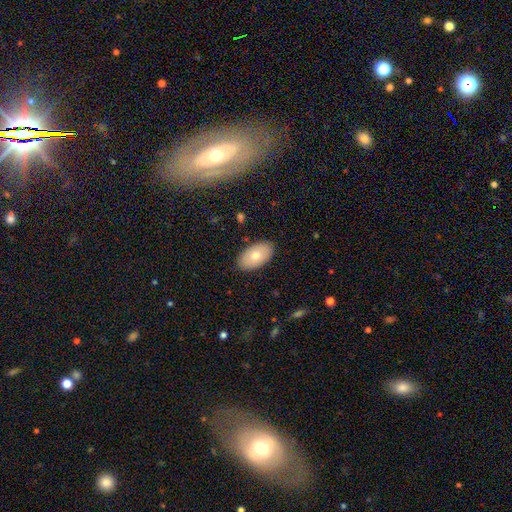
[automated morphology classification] smooth 75%, featured or disk 19%, star or artifact 6%. Down the decision tree: how rounded — in between (95%); merging — none (88%).